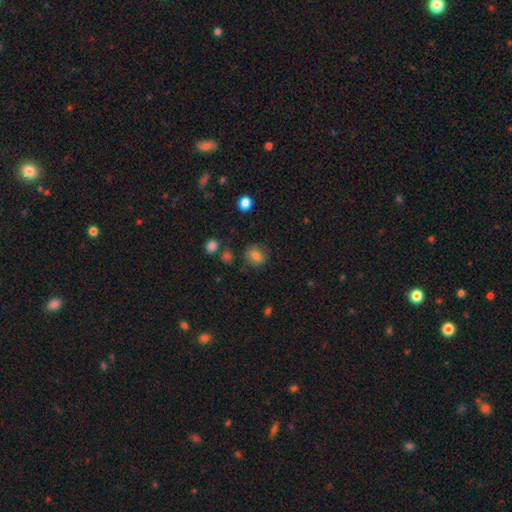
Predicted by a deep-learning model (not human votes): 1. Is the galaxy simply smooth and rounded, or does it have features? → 77% smooth, 12% star or artifact, 11% featured or disk.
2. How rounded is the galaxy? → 70% round, 29% in between, 1% cigar-shaped.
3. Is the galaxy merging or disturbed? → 77% none, 15% minor disturbance, 5% major disturbance, 3% merger.